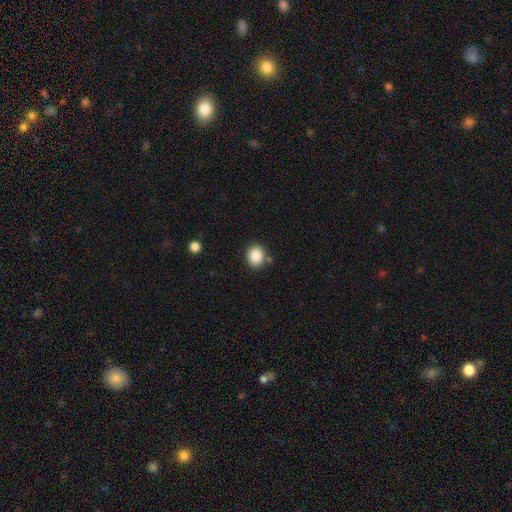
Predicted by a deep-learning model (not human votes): Morphology: type=smooth (87%); roundness=round (67%); merging=none (81%).